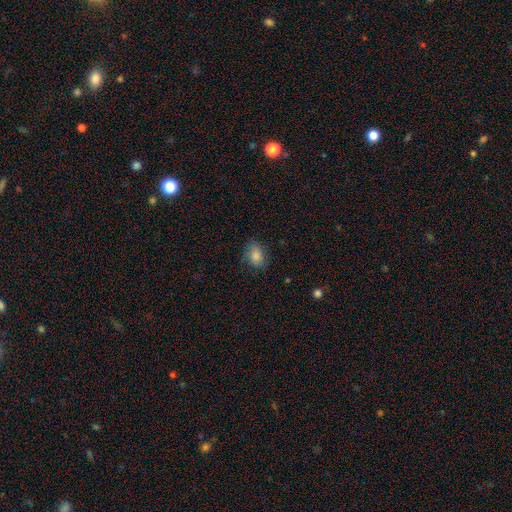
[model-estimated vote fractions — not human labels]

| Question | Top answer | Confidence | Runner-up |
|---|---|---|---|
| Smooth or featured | smooth | 80% | featured or disk (11%) |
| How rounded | in between | 67% | round (31%) |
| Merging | none | 72% | minor disturbance (20%) |